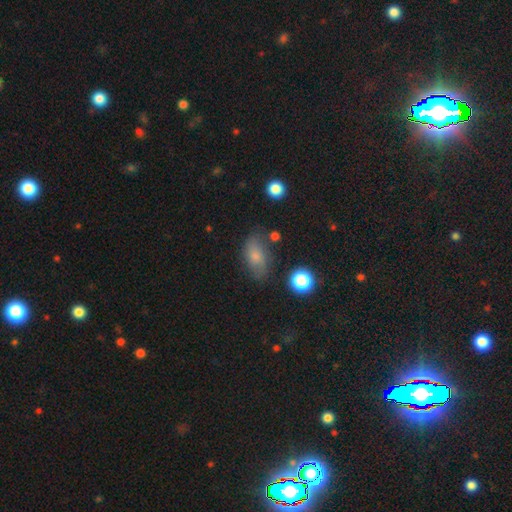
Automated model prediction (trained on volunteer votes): Q: Smooth or featured?
A: smooth (71%); runner-up: featured or disk (18%)
Q: How rounded?
A: in between (87%); runner-up: round (9%)
Q: Merging?
A: none (68%); runner-up: minor disturbance (22%)